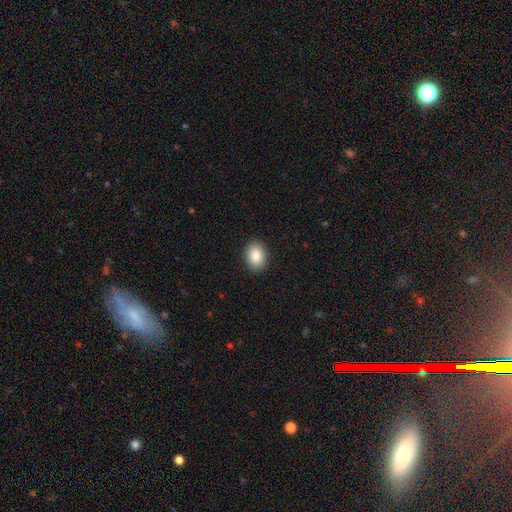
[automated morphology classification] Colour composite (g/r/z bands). It shows a smooth galaxy with no disk features (86%) that is in between round and cigar-shaped (71%). Merging: none (91%).